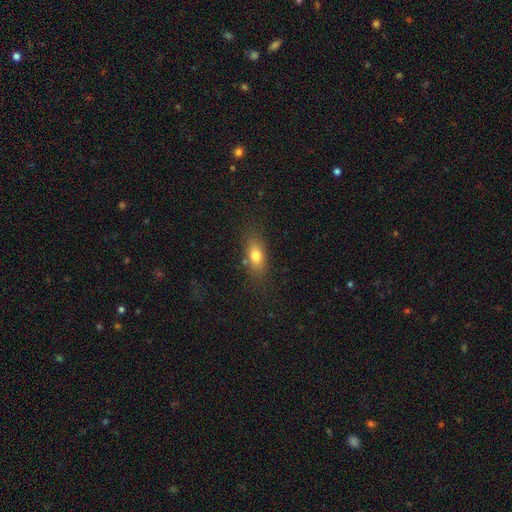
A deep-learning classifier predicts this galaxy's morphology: A smooth galaxy with no disk features (76%) that is in between round and cigar-shaped (80%).

Vote fractions:
- Smooth or featured? smooth: 76% / featured or disk: 14% / star or artifact: 10%
- How rounded? in between: 80% / cigar-shaped: 10% / round: 10%
- Merging? none: 77% / minor disturbance: 14% / major disturbance: 5% / merger: 3%